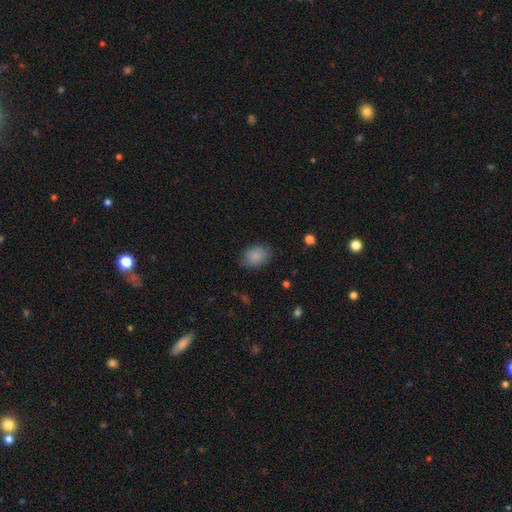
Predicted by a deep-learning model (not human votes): Smooth or featured: smooth — 86% (star or artifact — 7%)
How rounded: in between — 72% (round — 27%)
Merging: none — 78% (minor disturbance — 17%)